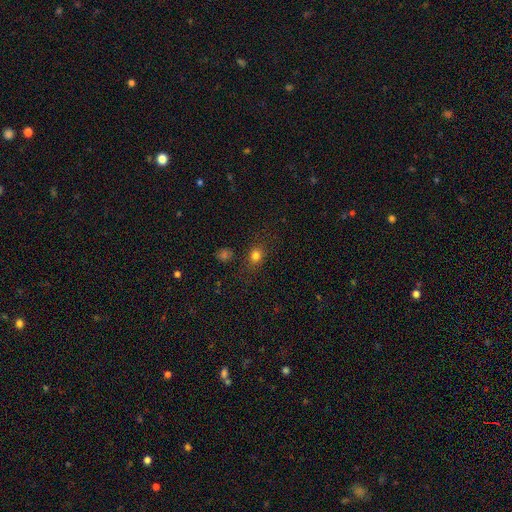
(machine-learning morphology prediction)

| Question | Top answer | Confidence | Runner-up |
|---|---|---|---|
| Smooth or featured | smooth | 76% | star or artifact (16%) |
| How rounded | round | 60% | in between (38%) |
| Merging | none | 78% | minor disturbance (13%) |